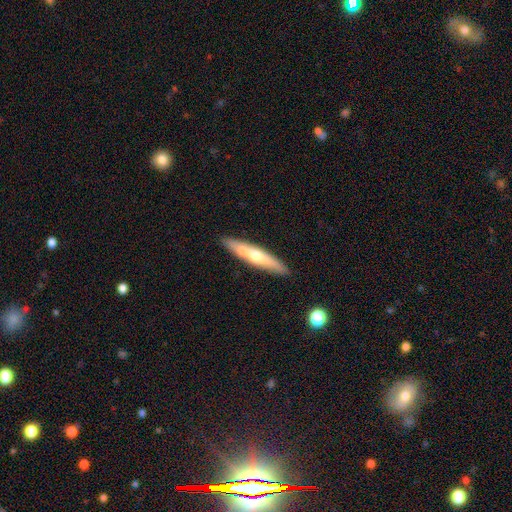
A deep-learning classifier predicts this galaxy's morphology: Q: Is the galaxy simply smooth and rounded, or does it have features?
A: smooth — 48%.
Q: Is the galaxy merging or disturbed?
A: none — 68%.